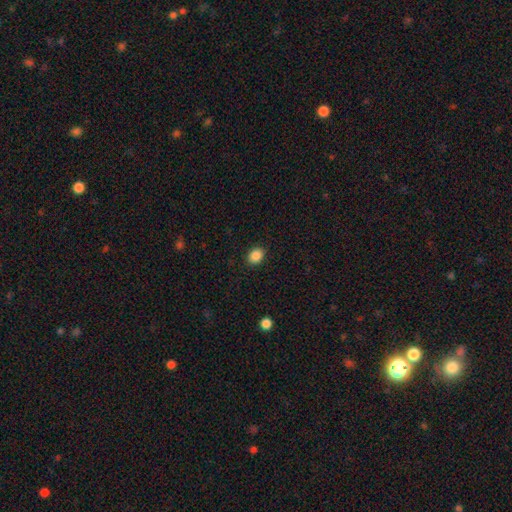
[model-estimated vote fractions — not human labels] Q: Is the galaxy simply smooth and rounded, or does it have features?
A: smooth — 88%.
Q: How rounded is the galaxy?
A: in between — 57%.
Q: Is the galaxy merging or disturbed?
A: none — 89%.